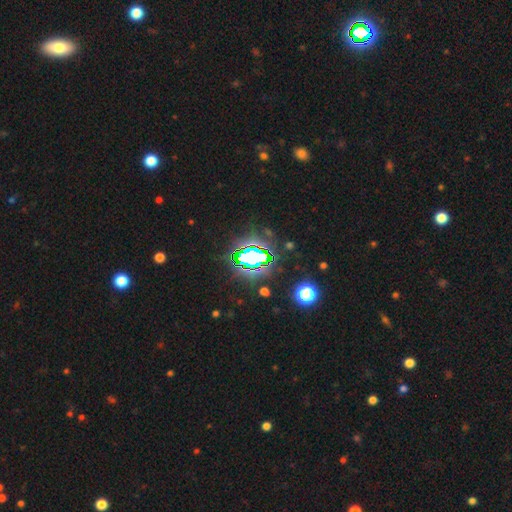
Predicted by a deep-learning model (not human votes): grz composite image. It shows a star or artifact, not a galaxy (73%).